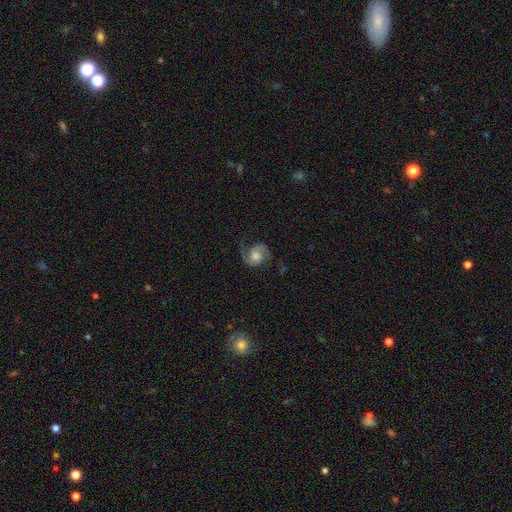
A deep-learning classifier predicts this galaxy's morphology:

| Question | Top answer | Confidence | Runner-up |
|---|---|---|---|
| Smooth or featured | featured or disk | 86% | smooth (8%) |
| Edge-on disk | no | 98% | yes (2%) |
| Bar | no | 65% | weak (30%) |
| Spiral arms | yes | 98% | no (2%) |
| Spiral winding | medium | 54% | loose (24%) |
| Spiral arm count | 2 | 90% | 1 (5%) |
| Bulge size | moderate | 57% | small (19%) |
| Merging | none | 73% | minor disturbance (16%) |